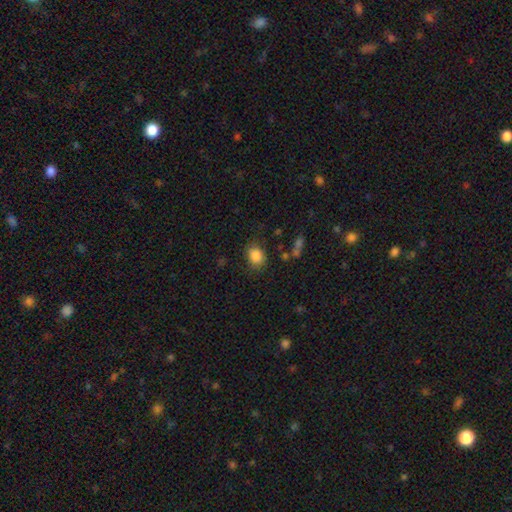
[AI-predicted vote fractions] Smooth or featured?
  - smooth: 86% *
  - star or artifact: 9%
  - featured or disk: 5%
How rounded?
  - round: 53% *
  - in between: 46%
  - cigar-shaped: 1%
Merging?
  - none: 78% *
  - minor disturbance: 15%
  - major disturbance: 4%
  - merger: 2%